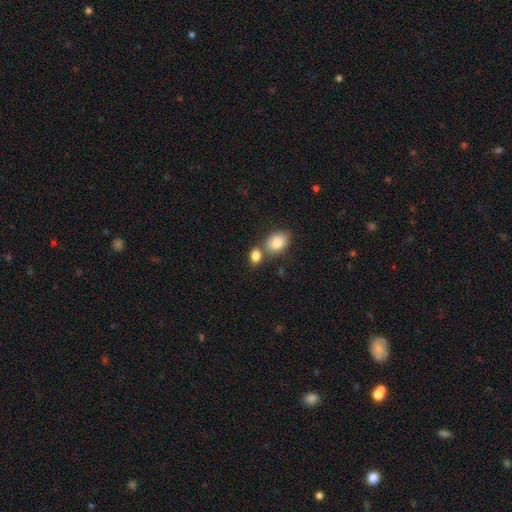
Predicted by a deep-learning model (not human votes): Smooth or featured? Predicted: smooth (p=0.83). How rounded? Predicted: in between (p=0.74). Merging? Predicted: none (p=0.45).